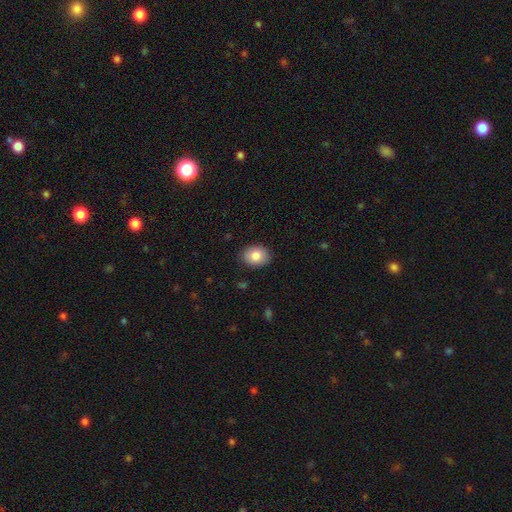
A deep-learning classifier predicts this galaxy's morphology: smooth 83%, featured or disk 9%, star or artifact 7%. Down the decision tree: how rounded — in between (67%); merging — none (88%).